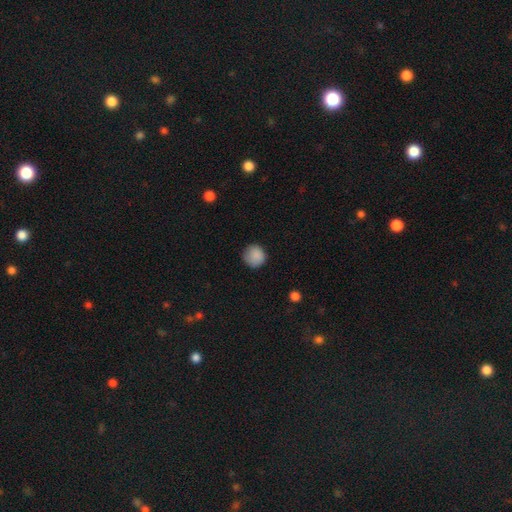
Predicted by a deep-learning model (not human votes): A smooth galaxy with no disk features (88%) that is round (91%).

Vote fractions:
- Smooth or featured? smooth: 88% / star or artifact: 8% / featured or disk: 4%
- How rounded? round: 91% / in between: 8% / cigar-shaped: 1%
- Merging? none: 82% / minor disturbance: 14% / major disturbance: 3% / merger: 1%